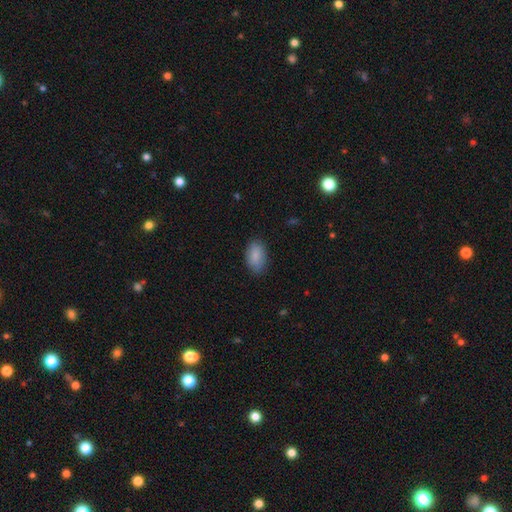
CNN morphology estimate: Smooth or featured? Predicted: smooth (p=0.88). How rounded? Predicted: in between (p=0.92). Merging? Predicted: none (p=0.81).